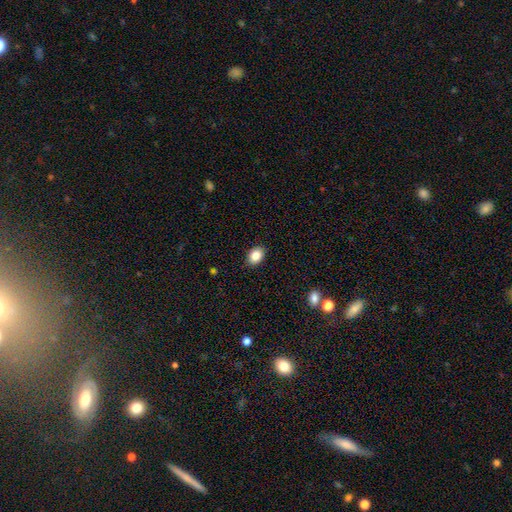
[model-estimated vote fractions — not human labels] This appears to be a smooth galaxy with no disk features (86%) that is in between round and cigar-shaped (71%). Merging: none (89%).